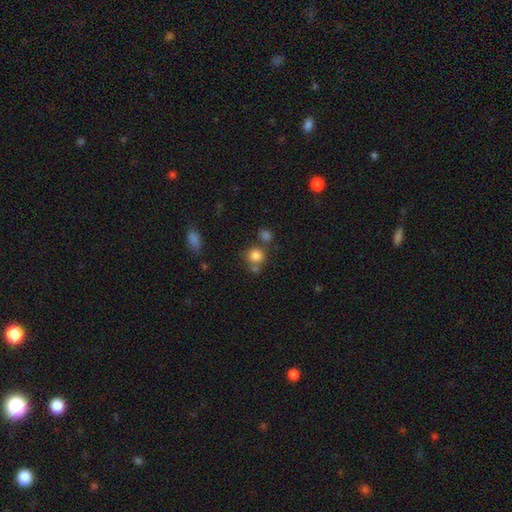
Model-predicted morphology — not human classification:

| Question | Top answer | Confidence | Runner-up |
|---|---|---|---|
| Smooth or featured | smooth | 82% | star or artifact (12%) |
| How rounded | round | 88% | in between (11%) |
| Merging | none | 63% | merger (22%) |